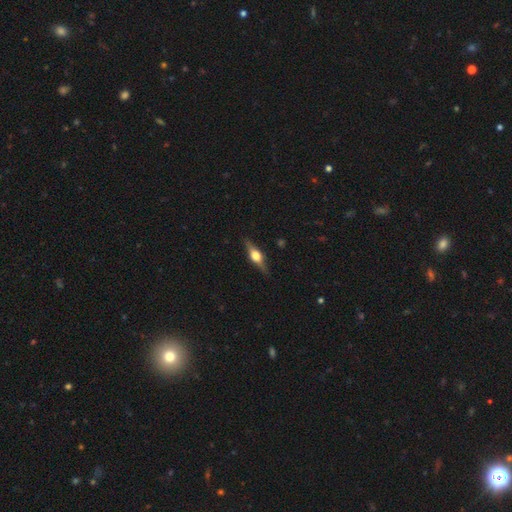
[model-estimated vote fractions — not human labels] Overall: featured or disk (76%). Edge-on disk: yes (97%). Edge-on bulge: rounded (94%). Merging: none (88%).